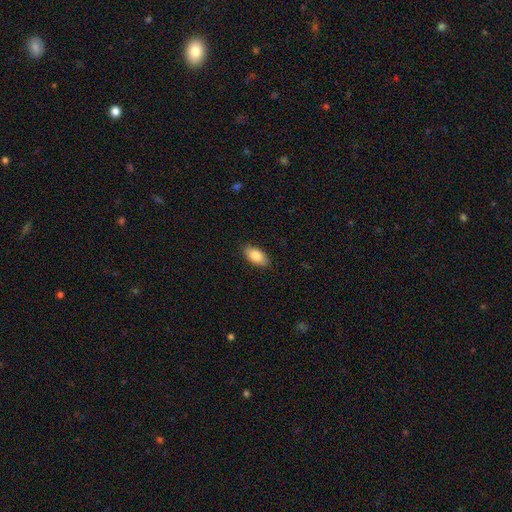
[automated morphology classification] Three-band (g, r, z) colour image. It shows a smooth galaxy with no disk features (84%) that is in between round and cigar-shaped (91%). Merging: none (88%).